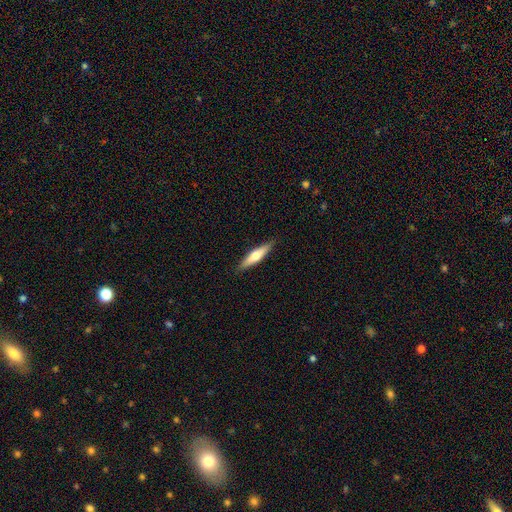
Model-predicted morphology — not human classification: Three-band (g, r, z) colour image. It shows a smooth galaxy with no disk features (56%) that is cigar-shaped (77%). Merging: none (89%).